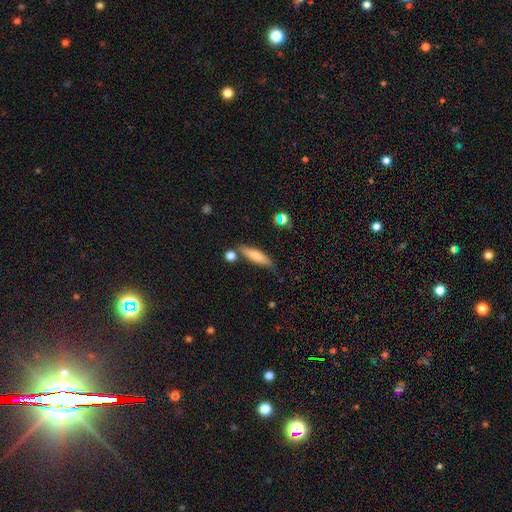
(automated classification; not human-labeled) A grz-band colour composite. It shows a smooth galaxy with no disk features (72%) that is cigar-shaped (74%). Merging: none (72%).